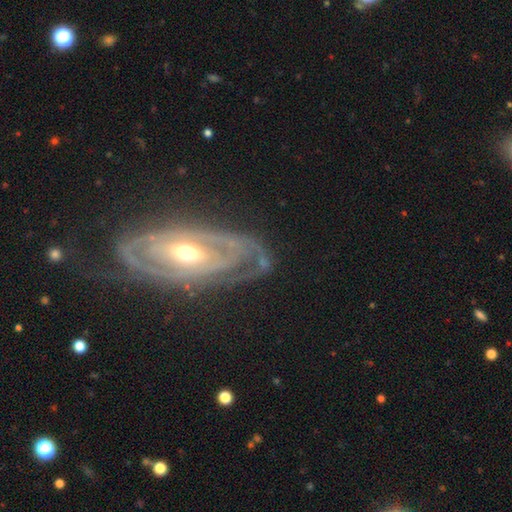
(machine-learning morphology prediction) This is clearly a featured or disk galaxy (85%). It is clearly not viewed edge-on (89%). Bar: possibly no (54%). Spiral arm pattern: clearly yes (83%). Spiral arm count: marginally can't tell (37%). Spiral winding: likely tight (69%). Central bulge: likely moderate (66%). Merging: likely none (73%).